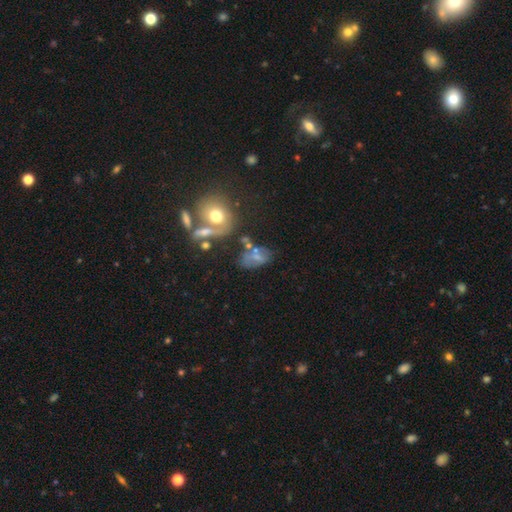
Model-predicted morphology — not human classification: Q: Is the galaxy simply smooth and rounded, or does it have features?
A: smooth — 52%.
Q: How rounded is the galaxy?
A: in between — 83%.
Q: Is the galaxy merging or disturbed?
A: none — 44%.